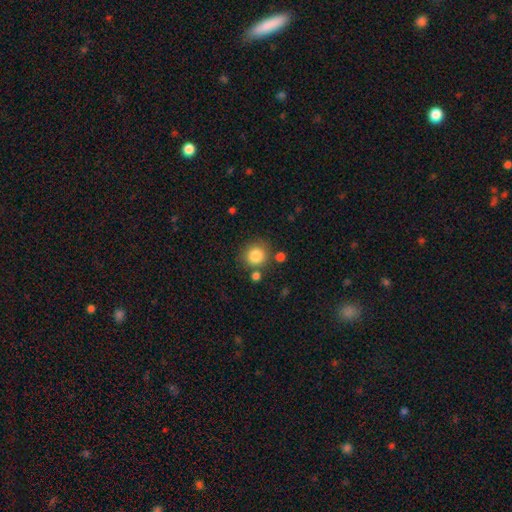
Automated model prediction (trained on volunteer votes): Smooth or featured? smooth (85%)
How rounded? round (89%)
Merging? none (77%)